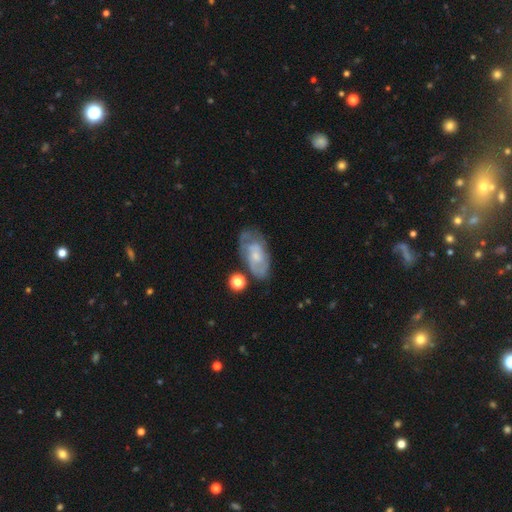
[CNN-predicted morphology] Smooth or featured? featured or disk (65%)
Edge-on disk? no (94%)
Bar? no (67%)
Spiral arms? yes (76%)
Bulge size? small (56%)
Merging? none (55%)